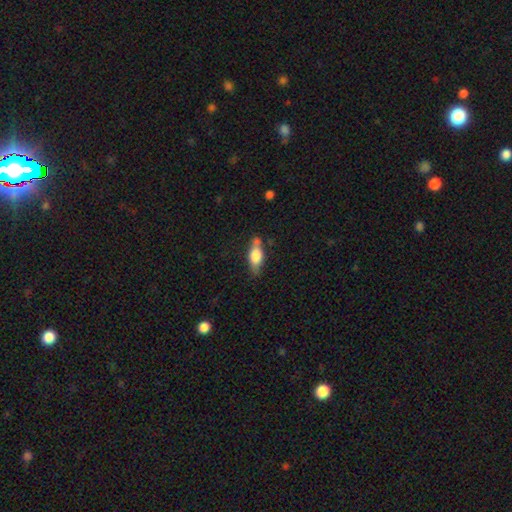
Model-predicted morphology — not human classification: Smooth or featured?
  - smooth: 68% *
  - featured or disk: 25%
  - star or artifact: 7%
How rounded?
  - in between: 72% *
  - cigar-shaped: 23%
  - round: 4%
Merging?
  - none: 61% *
  - minor disturbance: 23%
  - merger: 10%
  - major disturbance: 6%